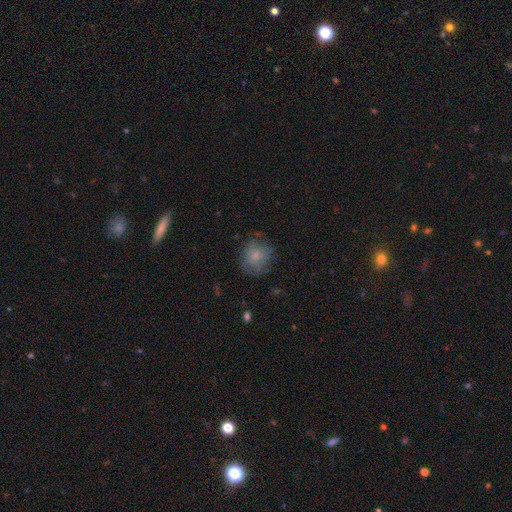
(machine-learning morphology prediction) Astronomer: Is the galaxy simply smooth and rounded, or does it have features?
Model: smooth — 74%.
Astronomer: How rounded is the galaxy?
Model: round — 80%.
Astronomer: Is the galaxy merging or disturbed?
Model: none — 68%.